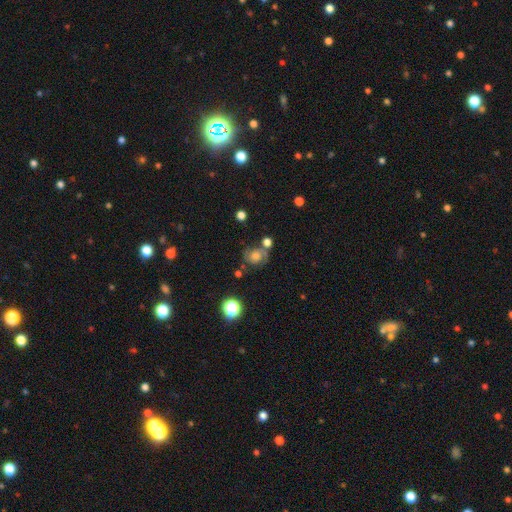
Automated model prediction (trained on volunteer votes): Smooth or featured?
  - featured or disk: 52% *
  - smooth: 33%
  - star or artifact: 15%
Edge-on disk?
  - no: 97% *
  - yes: 3%
Merging?
  - none: 57% *
  - minor disturbance: 19%
  - merger: 14%
  - major disturbance: 10%